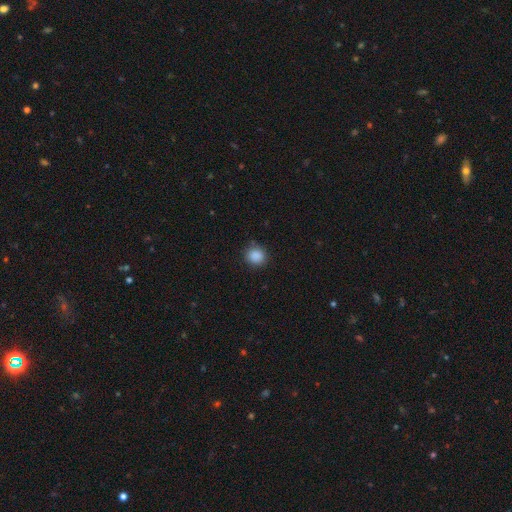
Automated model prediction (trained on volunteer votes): A smooth galaxy with no disk features (87%) that is round (84%).

Vote fractions:
- Smooth or featured? smooth: 87% / star or artifact: 10% / featured or disk: 3%
- How rounded? round: 84% / in between: 15% / cigar-shaped: 1%
- Merging? none: 86% / minor disturbance: 10% / major disturbance: 3% / merger: 1%